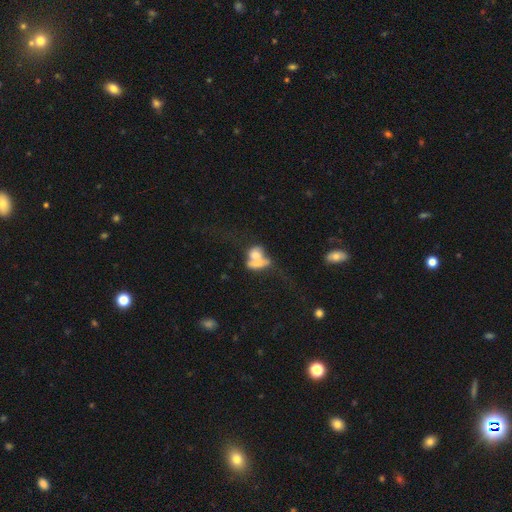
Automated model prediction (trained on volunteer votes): smooth-or-featured: smooth: 58% | featured or disk: 30% | star or artifact: 11%
  how-rounded: in between: 61% | round: 33% | cigar-shaped: 6%
  merging: merger: 65% | none: 16% | major disturbance: 11% | minor disturbance: 8%